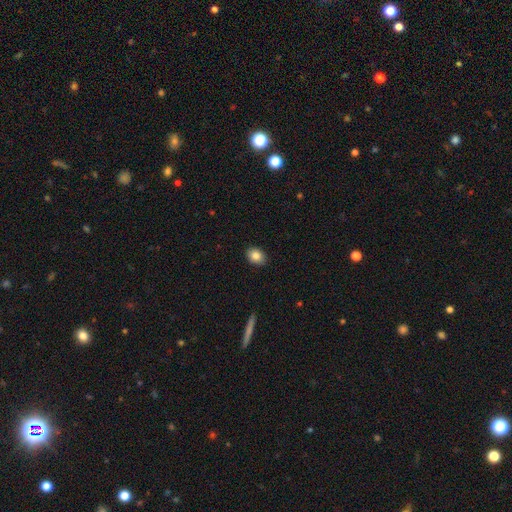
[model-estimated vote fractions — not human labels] smooth_or_featured: smooth (p=0.84) [alt: star or artifact p=0.08]
how_rounded: in between (p=0.66) [alt: round p=0.33]
merging: none (p=0.89) [alt: minor disturbance p=0.08]